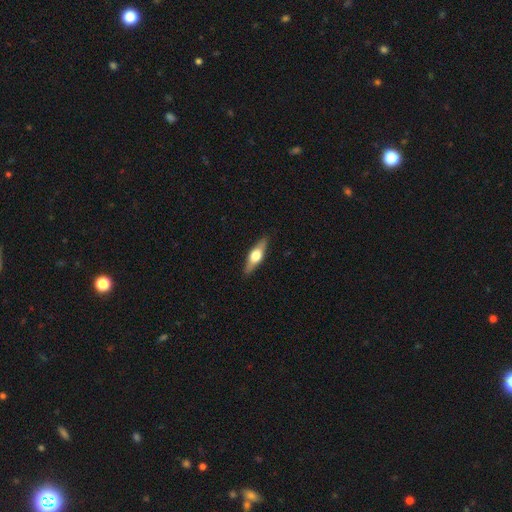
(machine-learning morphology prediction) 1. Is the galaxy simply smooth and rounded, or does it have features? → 57% featured or disk, 38% smooth, 6% star or artifact.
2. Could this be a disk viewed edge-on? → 93% yes, 7% no.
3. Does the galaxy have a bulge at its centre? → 95% rounded, 4% boxy, 1% none.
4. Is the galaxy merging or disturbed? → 88% none, 9% minor disturbance, 2% major disturbance, 1% merger.